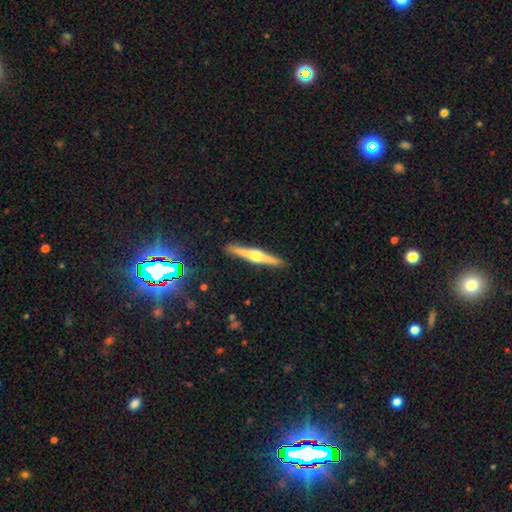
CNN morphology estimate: This is likely a featured or disk galaxy (74%). It is clearly viewed edge-on (98%). Edge-on bulge: clearly rounded (92%). Merging: clearly none (91%).